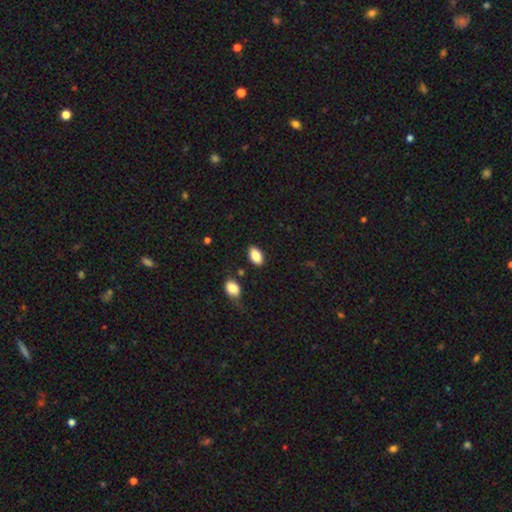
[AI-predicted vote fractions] Overall: smooth (85%). How rounded: in between (92%). Merging: none (84%).